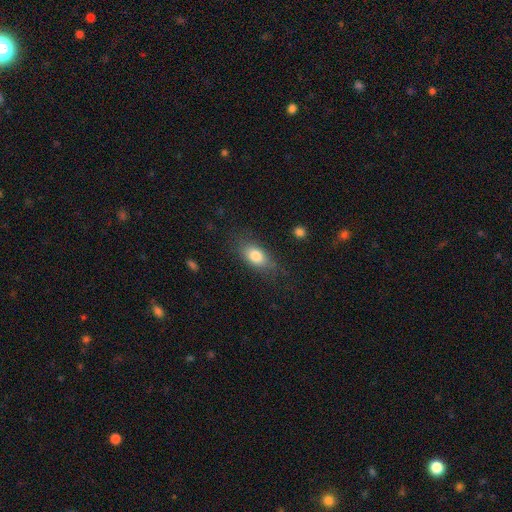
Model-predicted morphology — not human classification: Overall: smooth (79%). How rounded: in between (82%). Merging: none (73%).